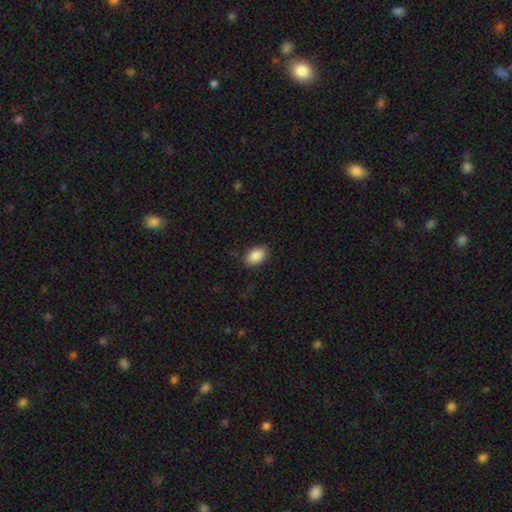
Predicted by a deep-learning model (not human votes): smooth 89%, star or artifact 7%, featured or disk 4%. Down the decision tree: how rounded — in between (86%); merging — none (87%).